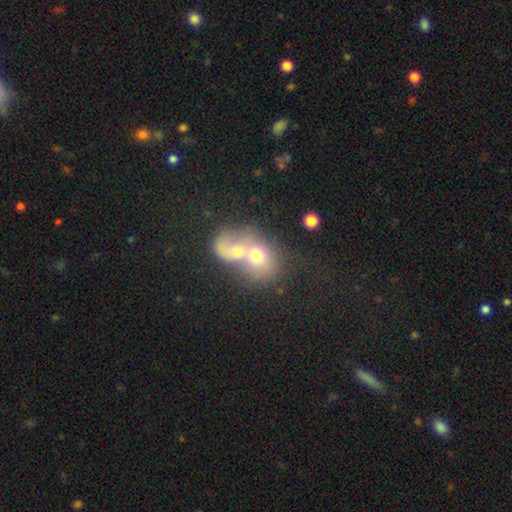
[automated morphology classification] This appears to be a smooth galaxy with no disk features (57%) that is round (57%). Merging: merger (78%).